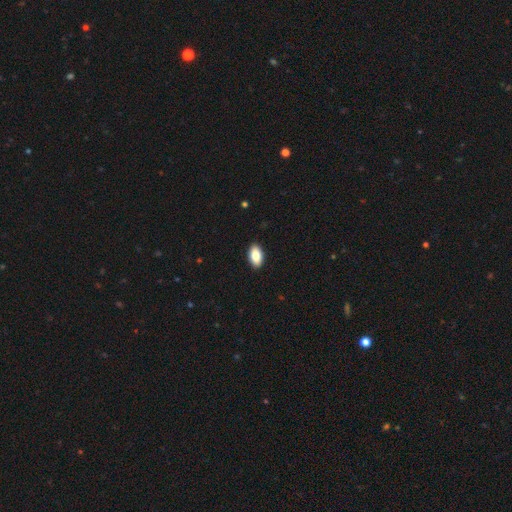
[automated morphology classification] Smooth or featured? smooth (86%)
How rounded? in between (94%)
Merging? none (91%)